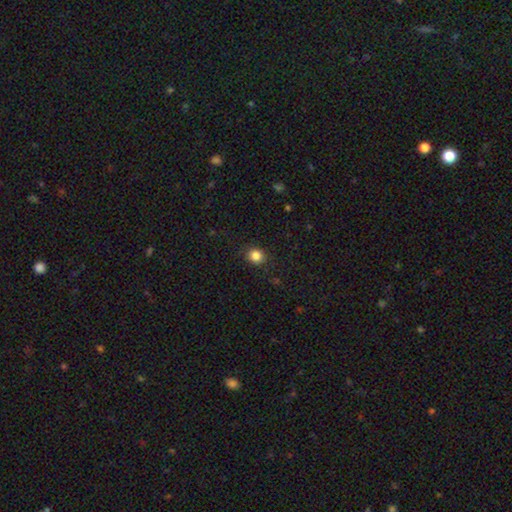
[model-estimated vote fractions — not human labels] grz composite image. It shows a smooth galaxy with no disk features (84%) that is round (78%). Merging: none (88%).